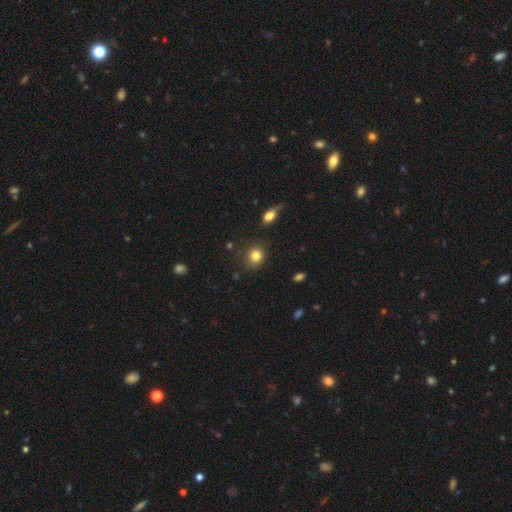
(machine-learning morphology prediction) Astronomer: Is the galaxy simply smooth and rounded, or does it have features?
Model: smooth — 83%.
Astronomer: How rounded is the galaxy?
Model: round — 80%.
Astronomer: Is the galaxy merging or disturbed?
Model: none — 81%.